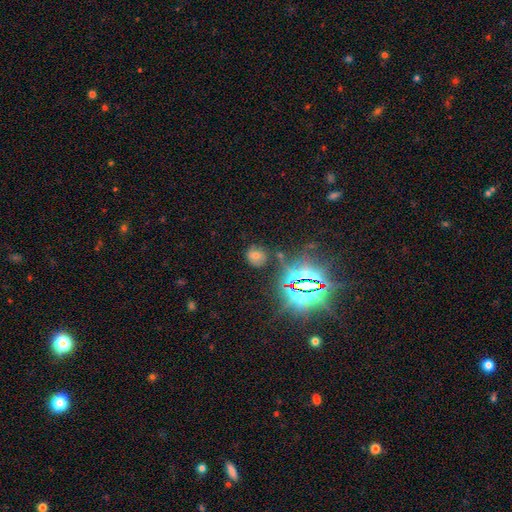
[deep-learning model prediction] Q: Smooth or featured?
A: smooth (52%); runner-up: star or artifact (34%)
Q: How rounded?
A: round (77%); runner-up: in between (22%)
Q: Merging?
A: none (77%); runner-up: minor disturbance (13%)